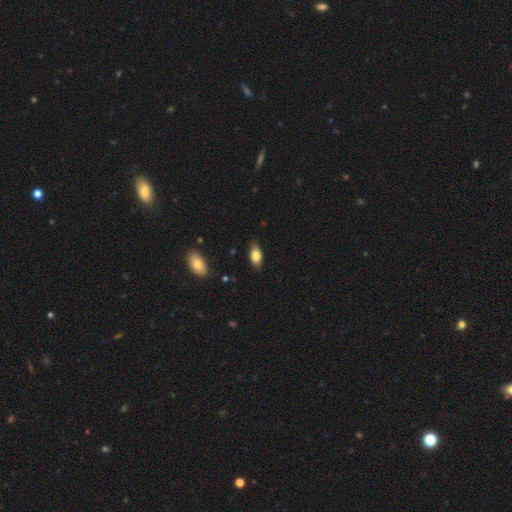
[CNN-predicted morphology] Smooth or featured: smooth — 78% (featured or disk — 15%)
How rounded: in between — 88% (cigar-shaped — 9%)
Merging: none — 86% (minor disturbance — 11%)